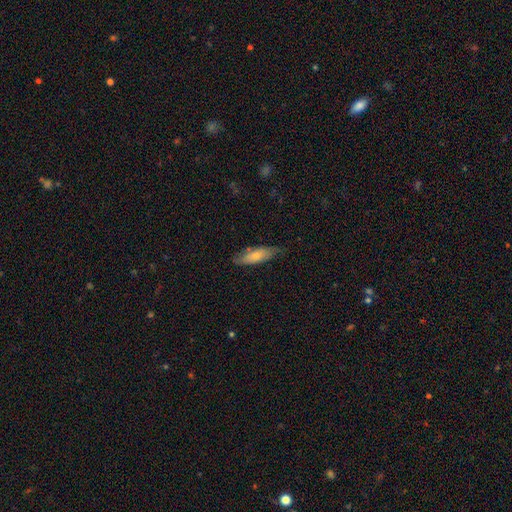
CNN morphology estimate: smooth_or_featured: smooth (p=0.65) [alt: featured or disk p=0.29]
how_rounded: in between (p=0.52) [alt: cigar-shaped p=0.46]
merging: none (p=0.71) [alt: minor disturbance p=0.23]